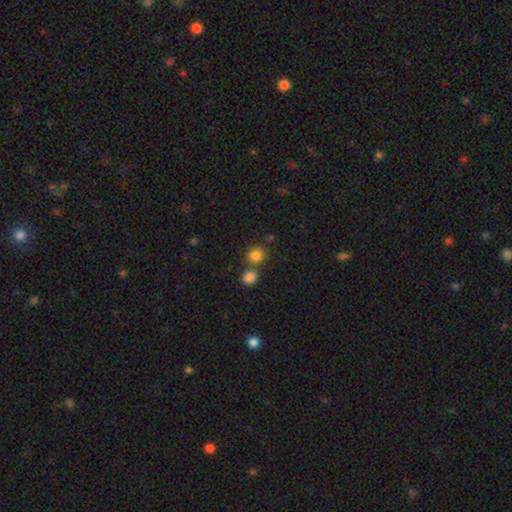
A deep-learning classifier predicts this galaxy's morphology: type=smooth (83%); roundness=round (84%); merging=none (64%).